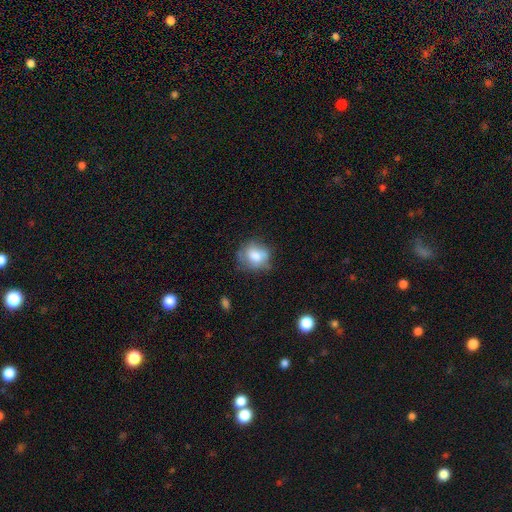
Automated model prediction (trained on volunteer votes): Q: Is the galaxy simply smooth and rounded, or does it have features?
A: smooth — 72%.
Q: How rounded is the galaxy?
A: round — 67%.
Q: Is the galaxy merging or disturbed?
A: none — 56%.